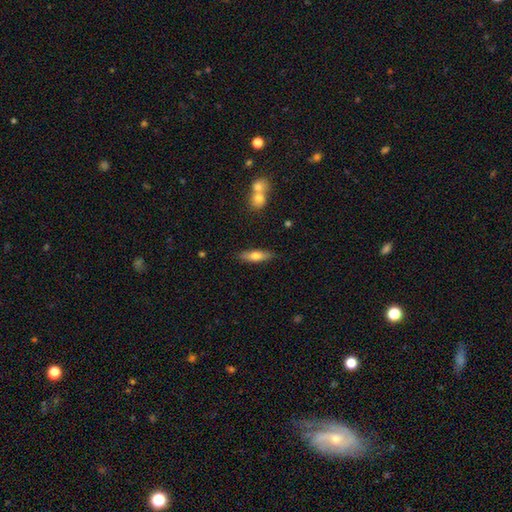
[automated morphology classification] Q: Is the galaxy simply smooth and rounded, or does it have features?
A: smooth — 64%.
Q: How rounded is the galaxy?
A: cigar-shaped — 53%.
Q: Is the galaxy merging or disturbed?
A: none — 85%.